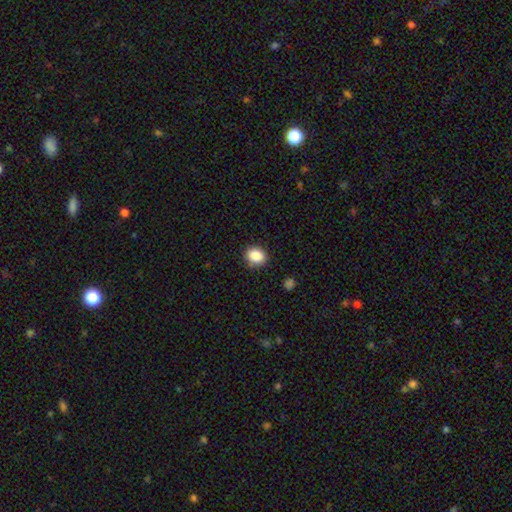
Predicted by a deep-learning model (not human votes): Smooth or featured?
  - smooth: 87% *
  - star or artifact: 9%
  - featured or disk: 4%
How rounded?
  - round: 55% *
  - in between: 44%
  - cigar-shaped: 1%
Merging?
  - none: 87% *
  - minor disturbance: 10%
  - major disturbance: 2%
  - merger: 1%